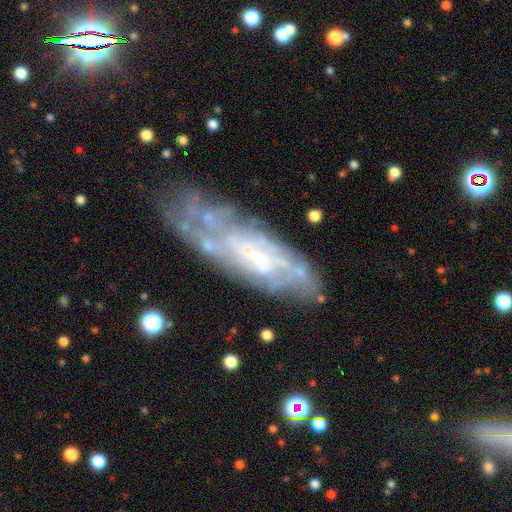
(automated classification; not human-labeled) Smooth or featured? Predicted: featured or disk (p=0.77). Edge-on disk? Predicted: no (p=0.81). Bar? Predicted: no (p=0.41). Spiral arms? Predicted: yes (p=0.75). Bulge size? Predicted: small (p=0.46). Merging? Predicted: none (p=0.65).